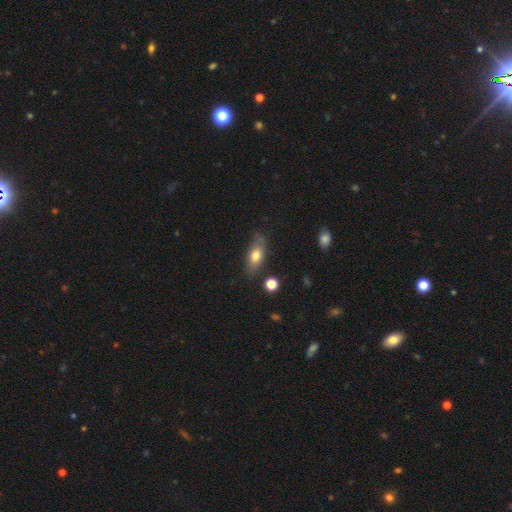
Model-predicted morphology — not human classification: smooth_or_featured: smooth (p=0.70) [alt: featured or disk p=0.22]
how_rounded: in between (p=0.78) [alt: cigar-shaped p=0.15]
merging: none (p=0.72) [alt: minor disturbance p=0.20]